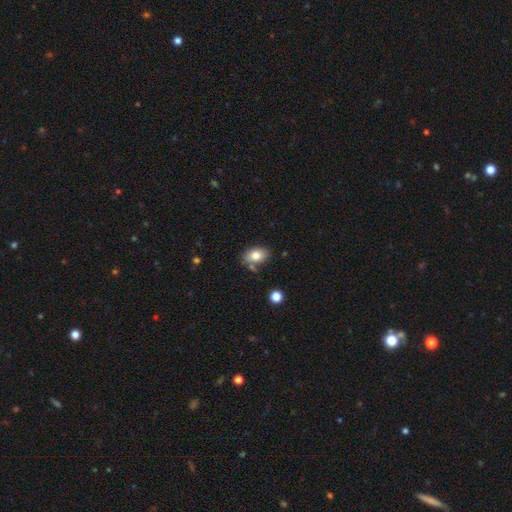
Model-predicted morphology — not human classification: Smooth or featured? smooth (80%)
How rounded? in between (85%)
Merging? none (70%)